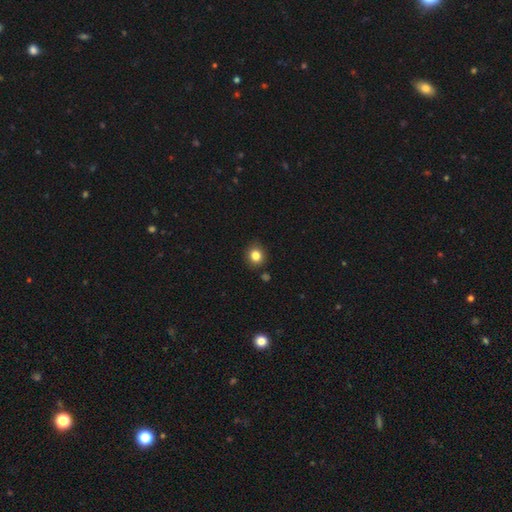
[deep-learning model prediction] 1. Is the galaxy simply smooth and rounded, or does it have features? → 83% smooth, 11% star or artifact, 5% featured or disk.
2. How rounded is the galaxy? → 79% round, 20% in between, 1% cigar-shaped.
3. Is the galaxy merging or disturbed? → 87% none, 9% minor disturbance, 2% merger, 2% major disturbance.